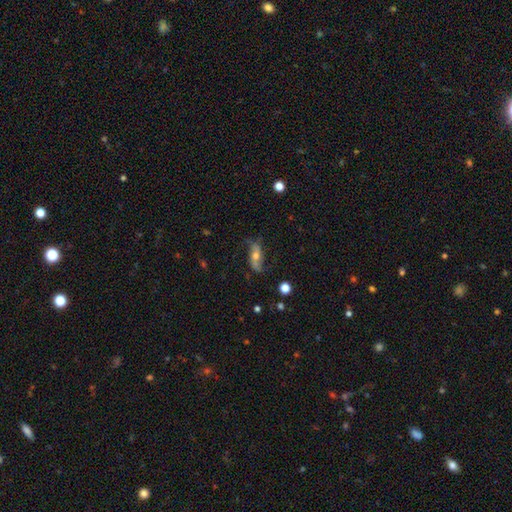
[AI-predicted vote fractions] A featured or disk galaxy (66%) with no bar (60%), spiral arms (88%) and a moderate central bulge (64%).

Vote fractions:
- Smooth or featured? featured or disk: 66% / smooth: 26% / star or artifact: 8%
- Edge-on disk? no: 84% / yes: 16%
- Bar? no: 60% / weak: 25% / strong: 15%
- Spiral arms? yes: 88% / no: 12%
- Bulge size? moderate: 64% / small: 27% / large: 6% / none: 2% / dominant: 1%
- Merging? none: 68% / minor disturbance: 20% / major disturbance: 9% / merger: 2%